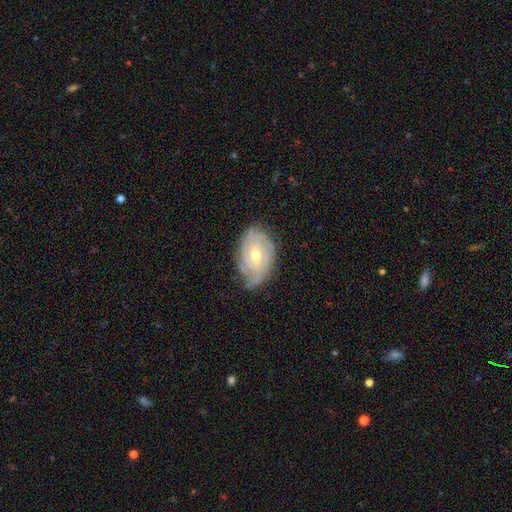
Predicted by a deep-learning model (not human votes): This is clearly a featured or disk galaxy (82%). It is clearly not viewed edge-on (96%). Bar: possibly no (52%). Spiral arm pattern: clearly yes (94%). Spiral arm count: marginally can't tell (34%). Spiral winding: likely tight (69%). Central bulge: possibly moderate (56%). Merging: likely none (67%).